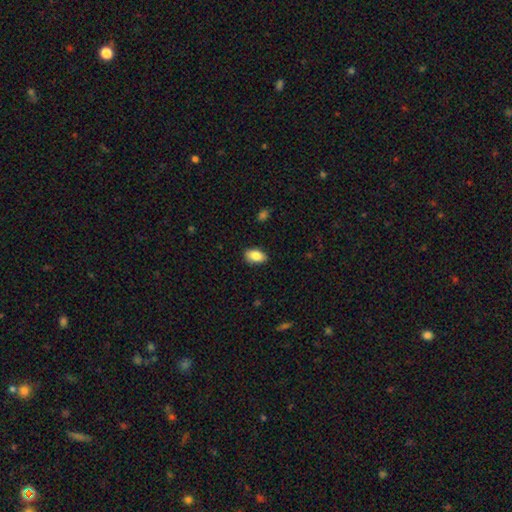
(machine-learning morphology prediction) Smooth or featured: smooth — 86% (star or artifact — 7%)
How rounded: in between — 92% (round — 6%)
Merging: none — 85% (minor disturbance — 12%)